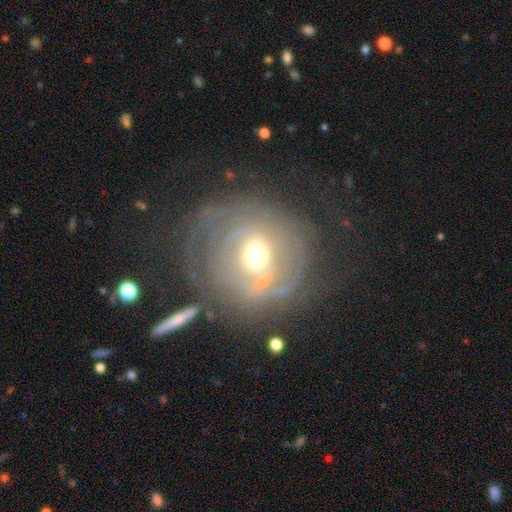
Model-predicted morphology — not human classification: type=featured or disk (72%); edge-on=no (95%); bar=no (63%); spiral arms=yes (69%); bulge=moderate (69%); merging=none (55%).